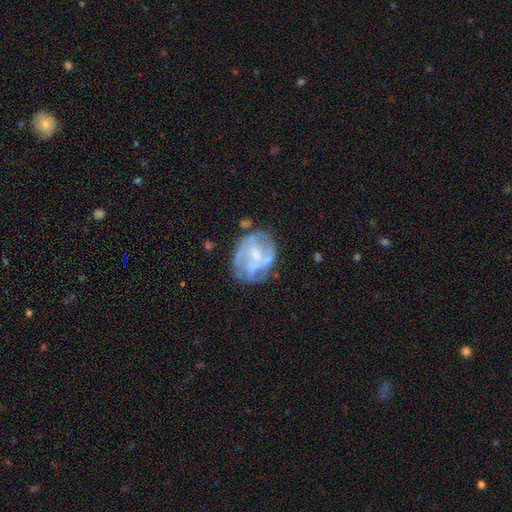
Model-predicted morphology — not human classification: A featured or disk galaxy (74%) with no bar (47%), spiral arms (66%) and a moderate central bulge (41%).

Vote fractions:
- Smooth or featured? featured or disk: 74% / smooth: 18% / star or artifact: 8%
- Edge-on disk? no: 97% / yes: 3%
- Bar? no: 47% / weak: 39% / strong: 14%
- Spiral arms? yes: 66% / no: 34%
- Bulge size? moderate: 41% / small: 38% / none: 15% / large: 5% / dominant: 1%
- Merging? none: 55% / minor disturbance: 22% / major disturbance: 16% / merger: 6%